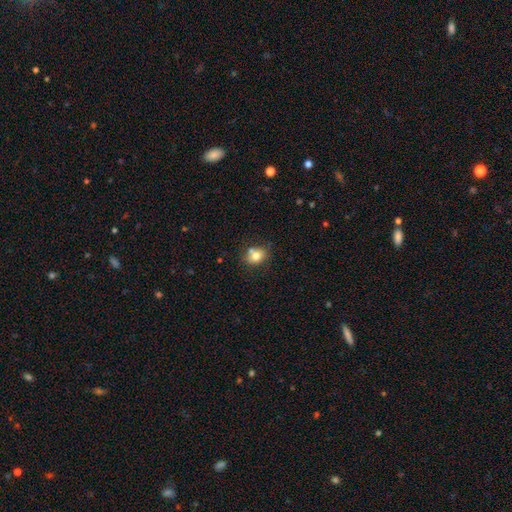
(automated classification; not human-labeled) A smooth galaxy with no disk features (76%) that is round (53%).

Vote fractions:
- Smooth or featured? smooth: 76% / featured or disk: 14% / star or artifact: 11%
- How rounded? round: 53% / in between: 46% / cigar-shaped: 1%
- Merging? none: 60% / merger: 20% / minor disturbance: 15% / major disturbance: 4%